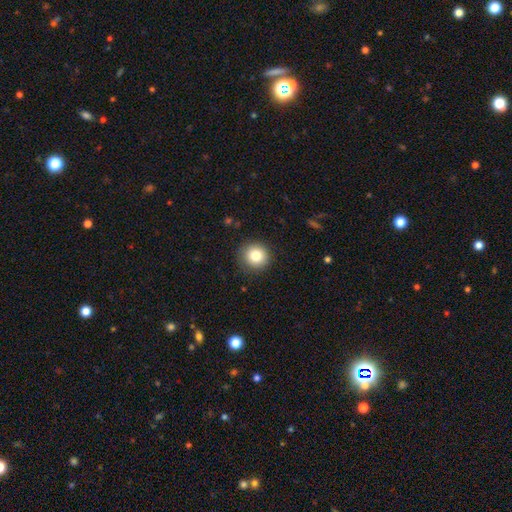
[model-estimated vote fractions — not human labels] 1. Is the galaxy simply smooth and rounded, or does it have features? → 82% smooth, 10% star or artifact, 8% featured or disk.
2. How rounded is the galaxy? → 94% round, 5% in between, 1% cigar-shaped.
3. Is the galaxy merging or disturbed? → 89% none, 8% minor disturbance, 2% major disturbance, 1% merger.